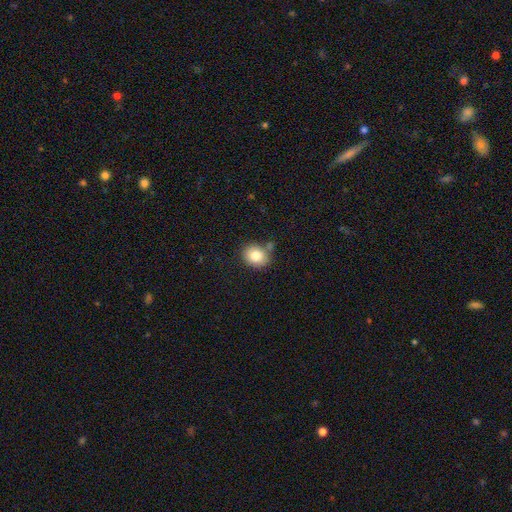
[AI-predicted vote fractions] Morphology: type=smooth (81%); roundness=round (65%); merging=none (75%).